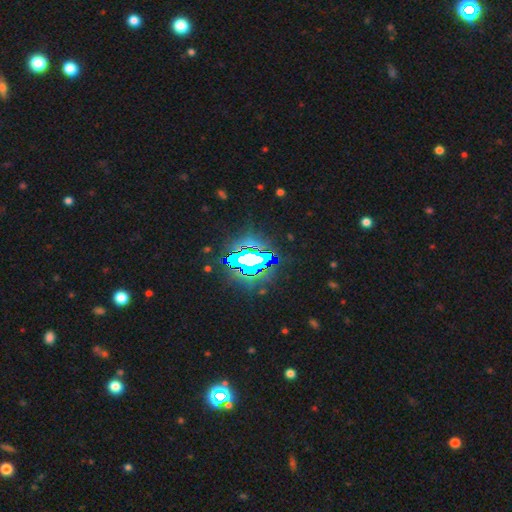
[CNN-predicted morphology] Smooth or featured? Predicted: star or artifact (p=0.78).